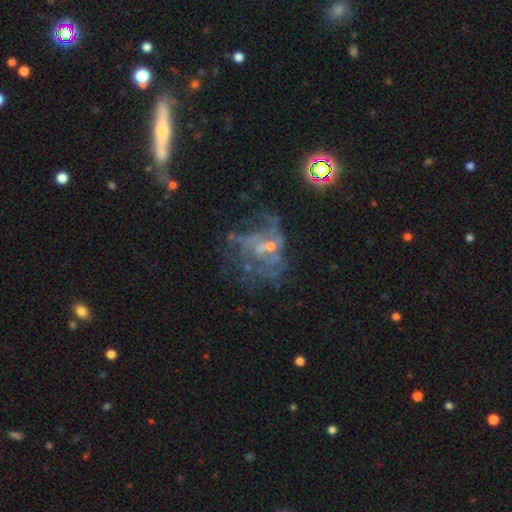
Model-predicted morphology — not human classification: A featured or disk galaxy (59%) with no bar (58%), spiral arms (61%) and a small central bulge (58%). Merging: none (52%).